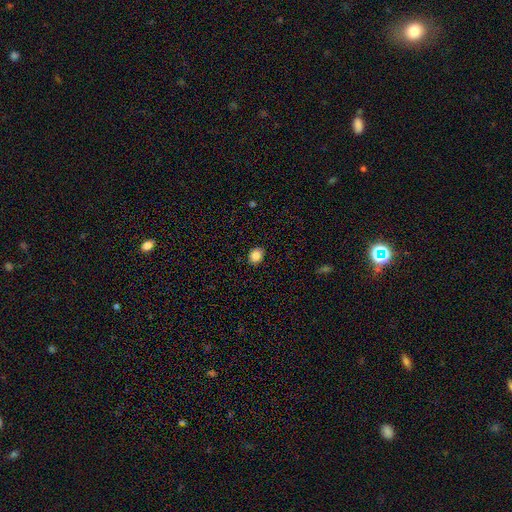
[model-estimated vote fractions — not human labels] Overall: smooth (84%). How rounded: round (53%; in between 46%). Merging: none (89%).